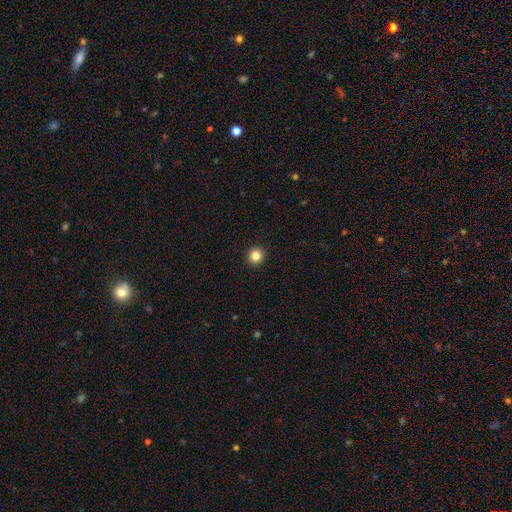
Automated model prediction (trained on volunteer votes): Smooth or featured: smooth — 84% (star or artifact — 11%)
How rounded: round — 95% (in between — 4%)
Merging: none — 94% (minor disturbance — 4%)